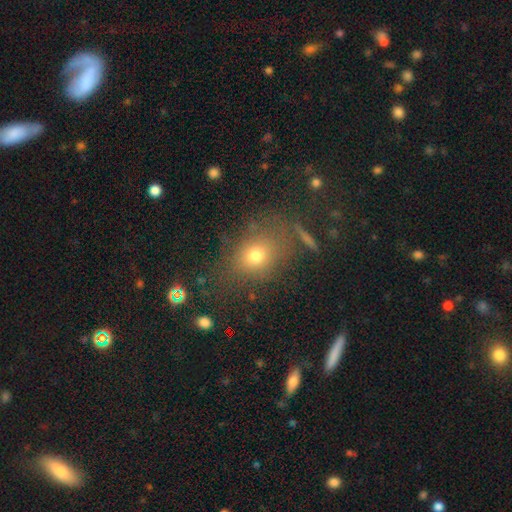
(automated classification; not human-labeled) A smooth galaxy with no disk features (69%) that is round (55%). Merging: none (73%).